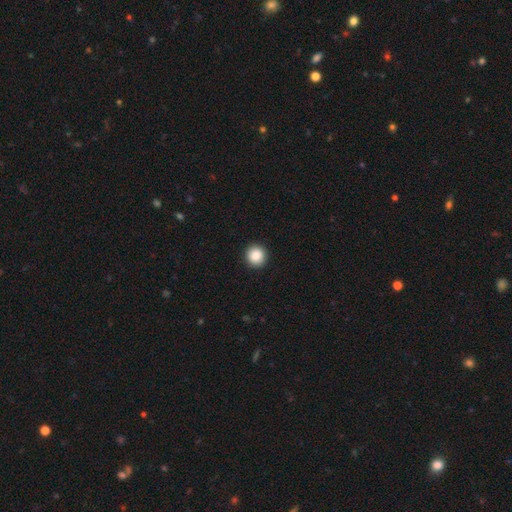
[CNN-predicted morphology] This is clearly a smooth galaxy (88%). How rounded: clearly round (93%). Merging: clearly none (93%).